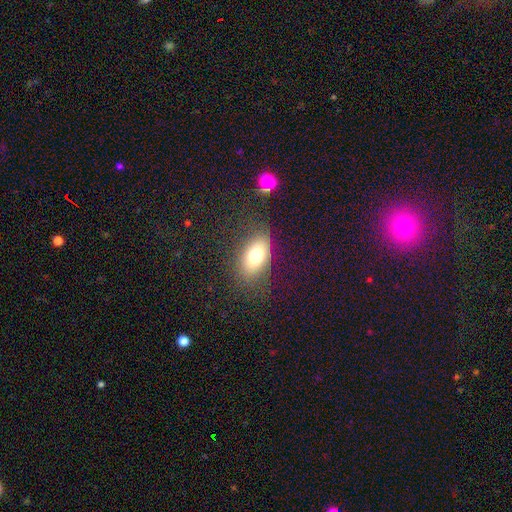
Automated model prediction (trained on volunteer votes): A smooth galaxy with no disk features (74%) that is in between round and cigar-shaped (87%). Merging: none (74%).